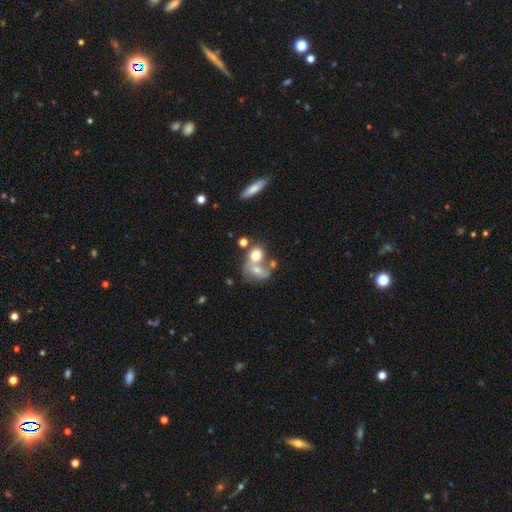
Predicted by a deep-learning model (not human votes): The model was most divided on "how rounded": round: 56%, in between: 42%, cigar-shaped: 2%. More confident: smooth or featured — smooth (65%); merging — merger (54%).